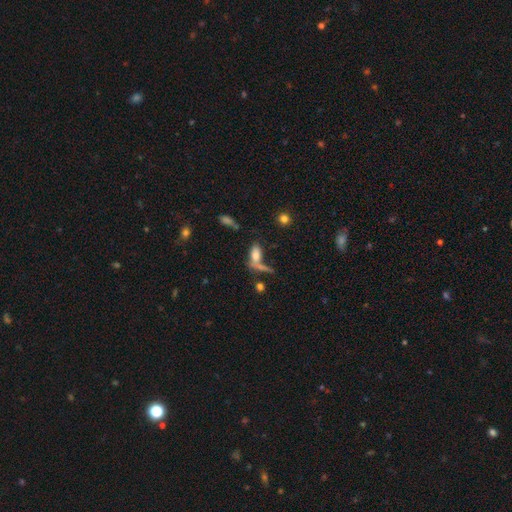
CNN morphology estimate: This appears to be a smooth galaxy with no disk features (68%) that is in between round and cigar-shaped (74%). Merging: none (40%).